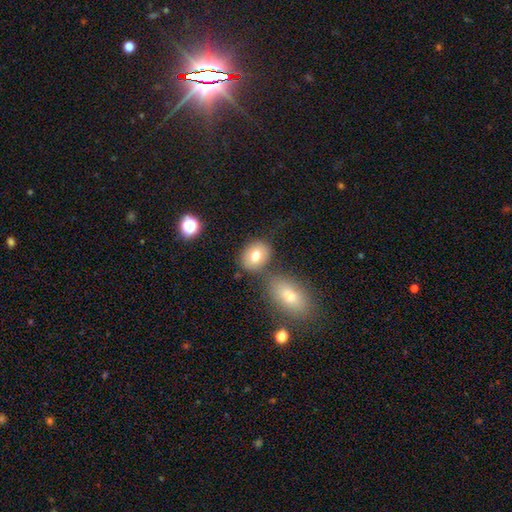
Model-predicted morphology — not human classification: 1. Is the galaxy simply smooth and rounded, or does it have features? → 77% smooth, 13% featured or disk, 10% star or artifact.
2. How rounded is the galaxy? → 58% in between, 41% round, 1% cigar-shaped.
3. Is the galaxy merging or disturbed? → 69% none, 16% merger, 11% minor disturbance, 4% major disturbance.